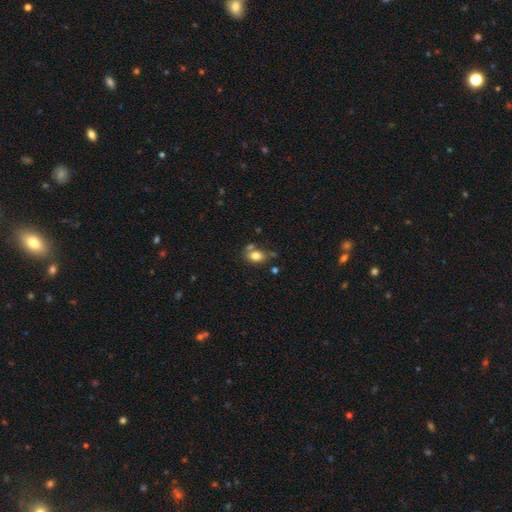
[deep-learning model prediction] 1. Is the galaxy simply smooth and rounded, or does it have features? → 78% smooth, 13% featured or disk, 10% star or artifact.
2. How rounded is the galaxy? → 75% in between, 23% round, 2% cigar-shaped.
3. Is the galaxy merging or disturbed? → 51% none, 21% merger, 20% minor disturbance, 7% major disturbance.